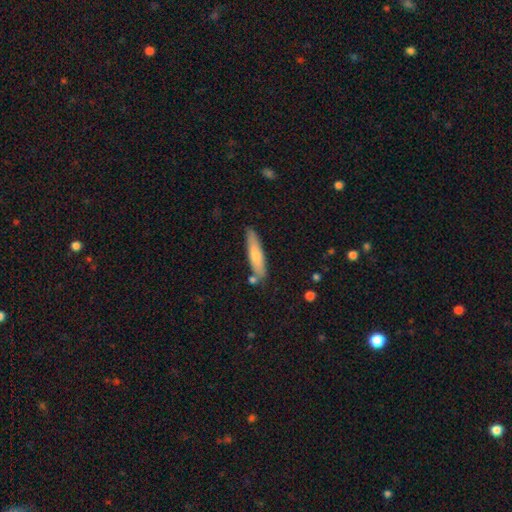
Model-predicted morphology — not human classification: Q: Smooth or featured?
A: smooth (70%); runner-up: featured or disk (25%)
Q: How rounded?
A: cigar-shaped (83%); runner-up: in between (16%)
Q: Merging?
A: none (79%); runner-up: minor disturbance (13%)